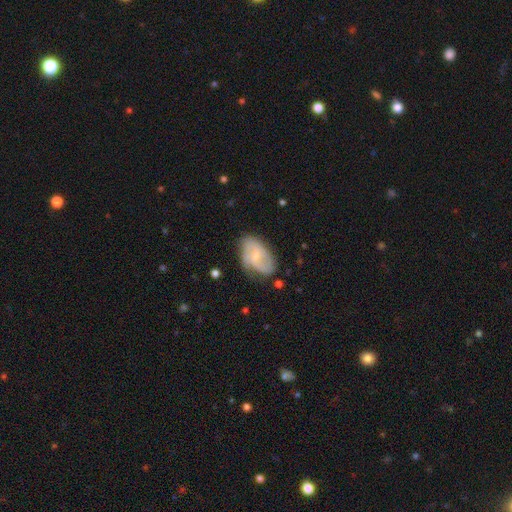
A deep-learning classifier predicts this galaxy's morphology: type=featured or disk (59%); edge-on=no (96%); bar=no (51%); spiral arms=yes (84%); bulge=small (66%); merging=none (59%).